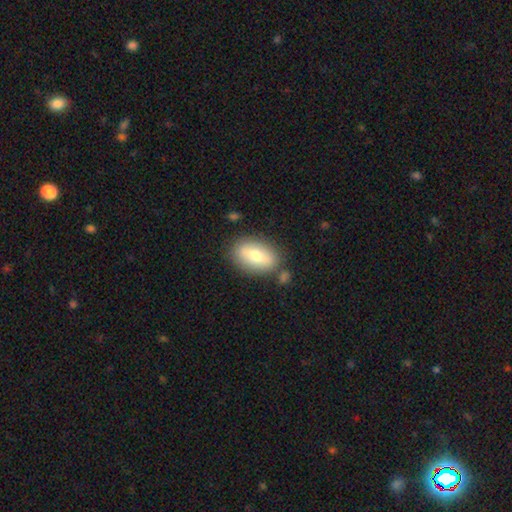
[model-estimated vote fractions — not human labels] Smooth or featured: smooth — 69% (featured or disk — 24%)
How rounded: in between — 88% (round — 8%)
Merging: none — 76% (minor disturbance — 13%)